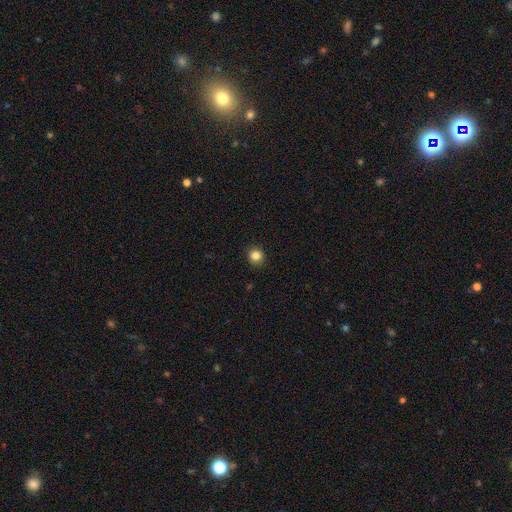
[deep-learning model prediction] Morphology: type=smooth (84%); roundness=round (91%); merging=none (92%).